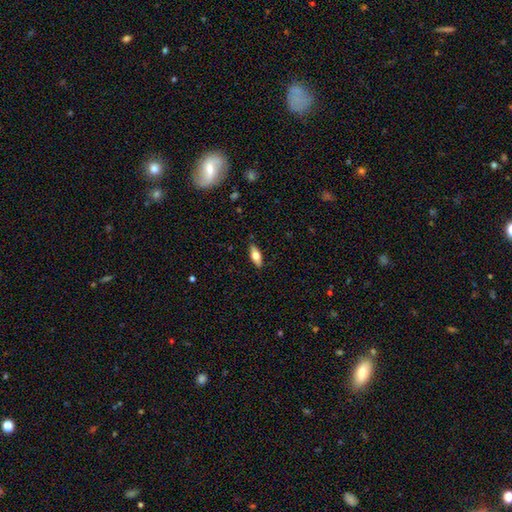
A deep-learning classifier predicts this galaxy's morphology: Smooth or featured?
  - smooth: 64% *
  - featured or disk: 30%
  - star or artifact: 6%
How rounded?
  - in between: 72% *
  - cigar-shaped: 25%
  - round: 3%
Merging?
  - none: 88% *
  - minor disturbance: 9%
  - major disturbance: 2%
  - merger: 1%